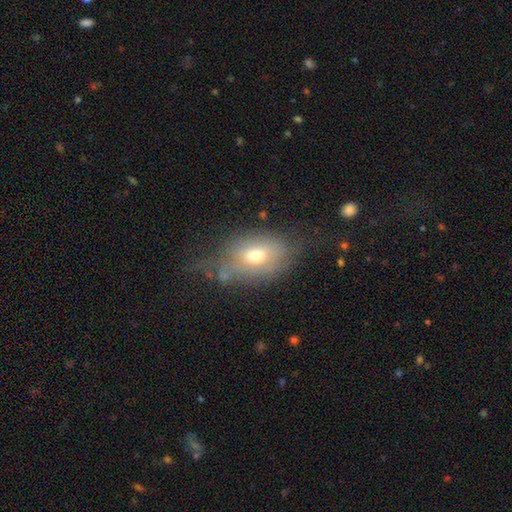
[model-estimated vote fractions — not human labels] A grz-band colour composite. It shows a smooth galaxy with no disk features (62%) that is in between round and cigar-shaped (79%). Merging: none (44%).